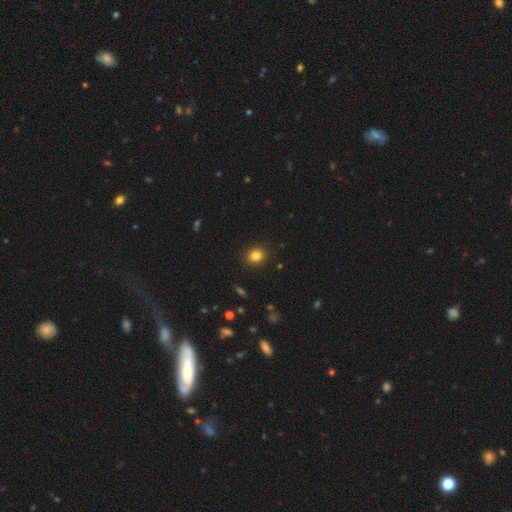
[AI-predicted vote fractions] The model was most divided on "how rounded": round: 76%, in between: 23%, cigar-shaped: 1%. More confident: merging — none (91%); smooth or featured — smooth (83%).